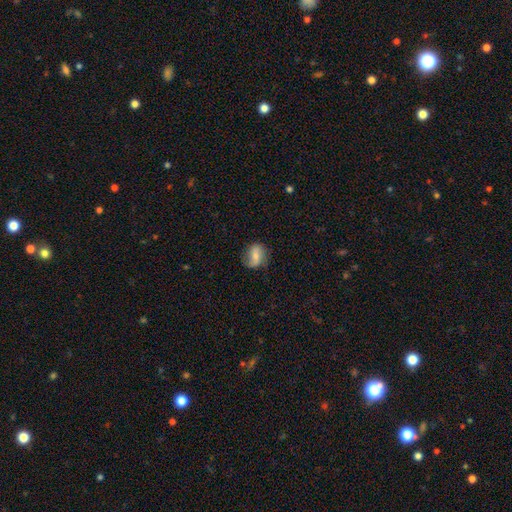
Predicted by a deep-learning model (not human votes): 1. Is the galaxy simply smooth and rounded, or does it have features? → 51% smooth, 41% featured or disk, 8% star or artifact.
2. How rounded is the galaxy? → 55% in between, 42% round, 2% cigar-shaped.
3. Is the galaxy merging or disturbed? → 68% none, 22% minor disturbance, 8% major disturbance, 1% merger.